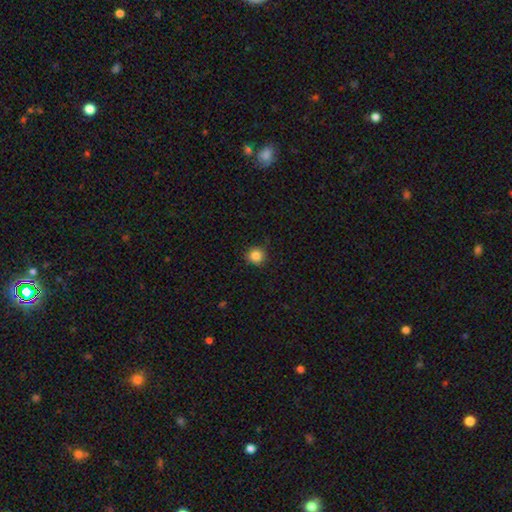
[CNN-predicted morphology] type=smooth (85%); roundness=round (94%); merging=none (85%).